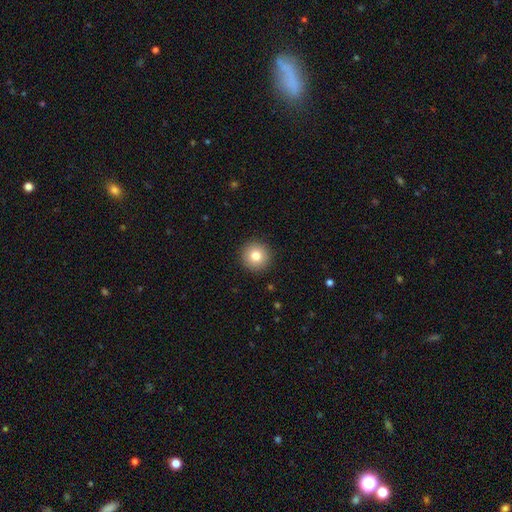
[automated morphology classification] This is clearly a smooth galaxy (81%). How rounded: clearly round (96%). Merging: clearly none (92%).